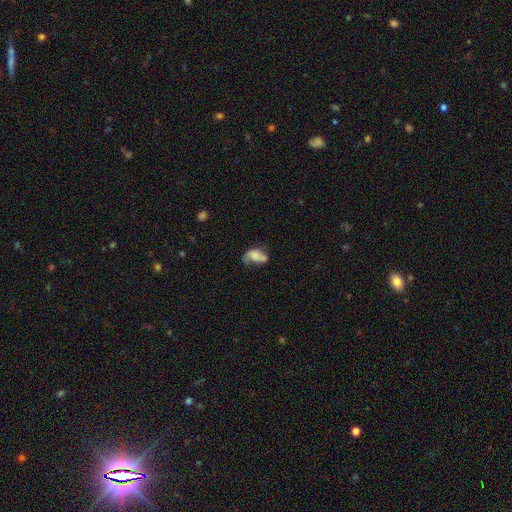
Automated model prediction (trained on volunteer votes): A smooth galaxy with no disk features (48%). Merging: none (37%).